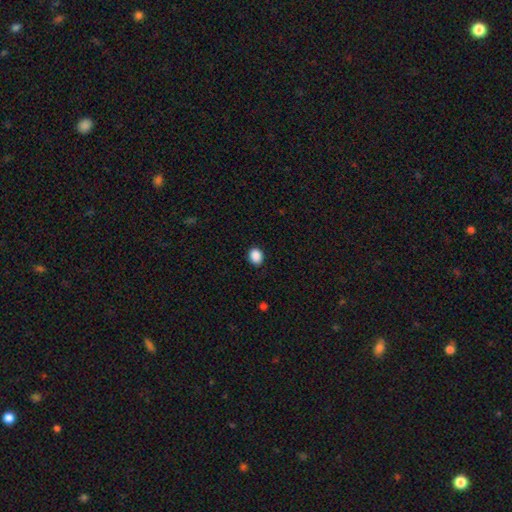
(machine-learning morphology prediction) Overall: smooth (89%). How rounded: in between (53%; round 46%). Merging: none (88%).